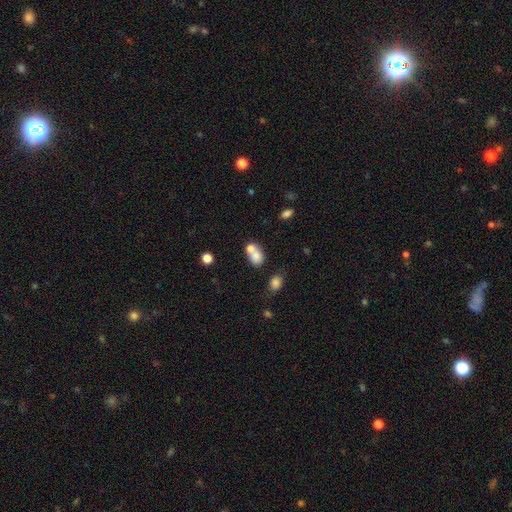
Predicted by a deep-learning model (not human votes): smooth-or-featured: smooth: 74% | featured or disk: 15% | star or artifact: 11%
  how-rounded: in between: 53% | round: 45% | cigar-shaped: 1%
  merging: merger: 61% | none: 27% | minor disturbance: 8% | major disturbance: 4%